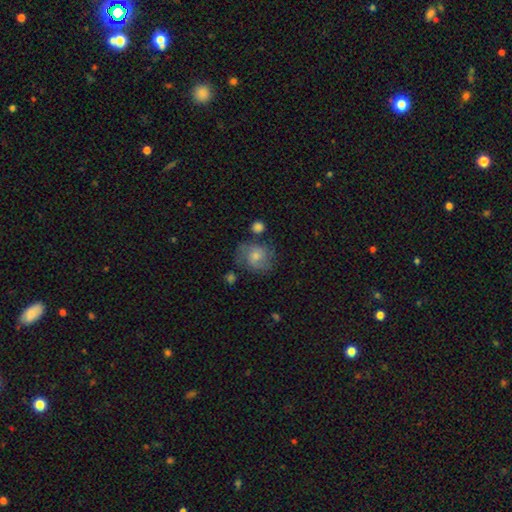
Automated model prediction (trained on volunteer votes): Smooth or featured?
  - featured or disk: 47% *
  - smooth: 42%
  - star or artifact: 11%
Merging?
  - none: 64% *
  - minor disturbance: 21%
  - major disturbance: 10%
  - merger: 5%